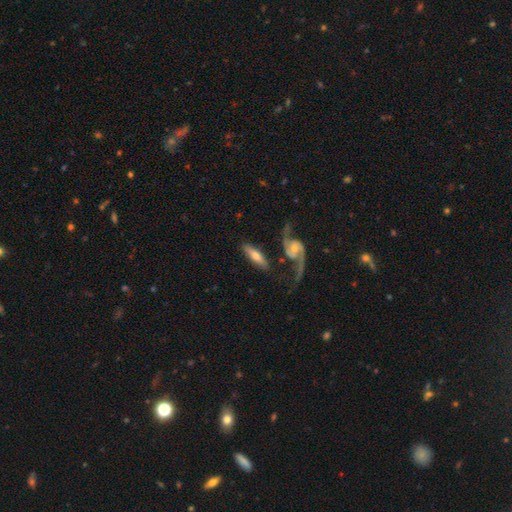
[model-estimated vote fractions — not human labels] Q: Smooth or featured?
A: featured or disk (49%); runner-up: smooth (46%)
Q: Merging?
A: none (60%); runner-up: minor disturbance (17%)